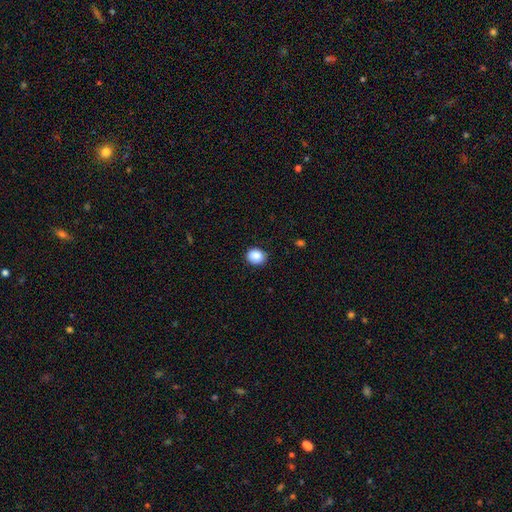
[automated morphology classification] smooth_or_featured: smooth (p=0.88) [alt: star or artifact p=0.08]
how_rounded: round (p=0.65) [alt: in between p=0.34]
merging: none (p=0.86) [alt: minor disturbance p=0.10]